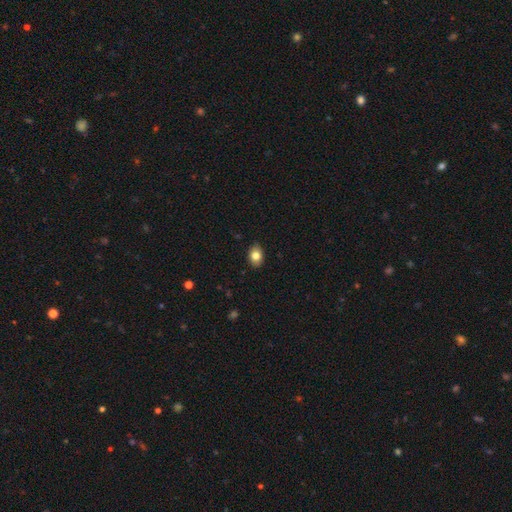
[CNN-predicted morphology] Smooth or featured? smooth (81%)
How rounded? in between (77%)
Merging? none (87%)